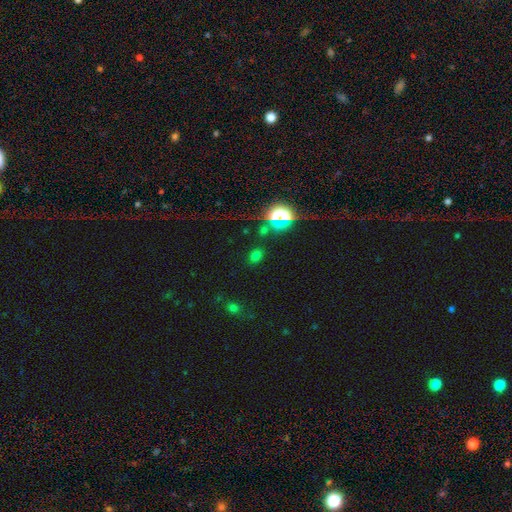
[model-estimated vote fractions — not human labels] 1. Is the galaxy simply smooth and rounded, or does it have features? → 61% smooth, 33% star or artifact, 6% featured or disk.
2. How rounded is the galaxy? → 53% in between, 45% round, 2% cigar-shaped.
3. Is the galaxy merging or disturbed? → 82% none, 10% minor disturbance, 4% merger, 4% major disturbance.